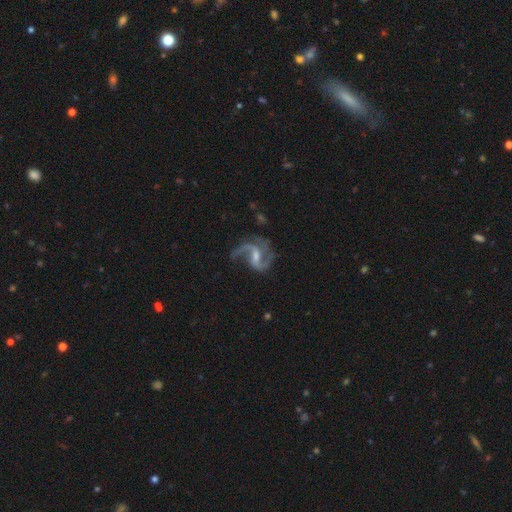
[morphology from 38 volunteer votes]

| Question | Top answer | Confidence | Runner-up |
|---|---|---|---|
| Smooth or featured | featured or disk | 95% | smooth (3%) |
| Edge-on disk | no | 94% | yes (6%) |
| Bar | weak | 68% | strong (18%) |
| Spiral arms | yes | 100% | — |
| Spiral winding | loose | 65% | medium (35%) |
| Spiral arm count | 2 | 85% | 3 (15%) |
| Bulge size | small | 53% | moderate (35%) |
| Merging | none | 49% | minor disturbance (27%) |